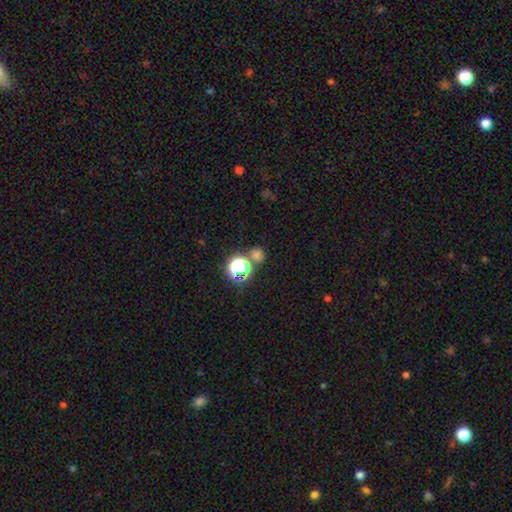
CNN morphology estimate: smooth-or-featured: smooth: 57% | star or artifact: 37% | featured or disk: 6%
  how-rounded: round: 81% | in between: 17% | cigar-shaped: 1%
  merging: none: 71% | merger: 17% | minor disturbance: 9% | major disturbance: 4%